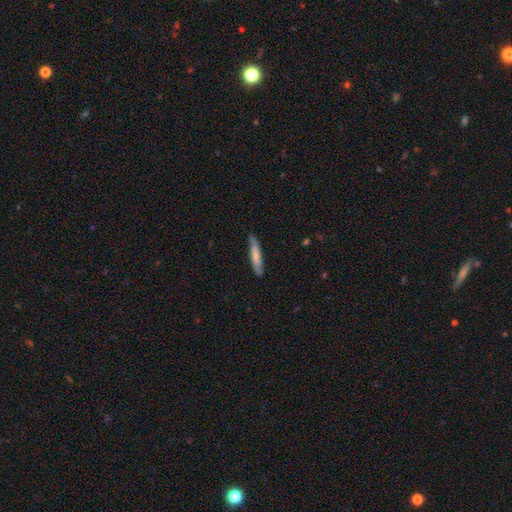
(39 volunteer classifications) A smooth galaxy with no disk features (77%) that is cigar-shaped (97%).

Vote fractions:
- Smooth or featured? smooth: 77% / featured or disk: 18% / star or artifact: 5%
- How rounded? cigar-shaped: 97% / in between: 3% / round: 0%
- Merging? none: 86% / minor disturbance: 11% / merger: 3% / major disturbance: 0%